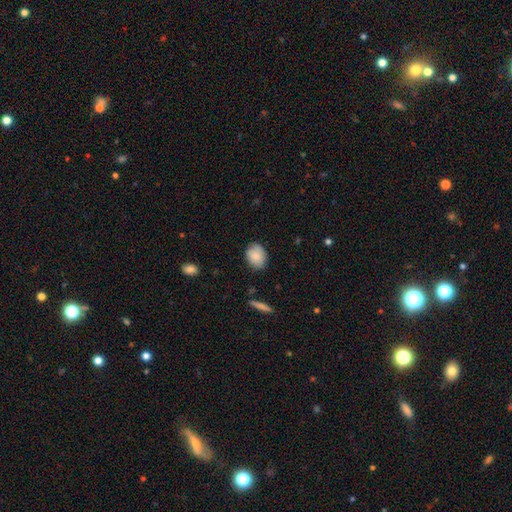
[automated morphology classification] Overall: smooth (82%). How rounded: in between (59%; round 39%). Merging: none (79%).